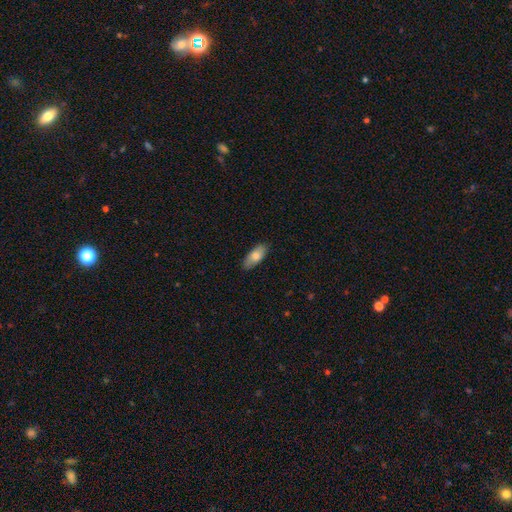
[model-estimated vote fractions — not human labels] Smooth or featured?
  - smooth: 79% *
  - featured or disk: 15%
  - star or artifact: 6%
How rounded?
  - in between: 87% *
  - cigar-shaped: 11%
  - round: 2%
Merging?
  - none: 87% *
  - minor disturbance: 11%
  - major disturbance: 2%
  - merger: 1%